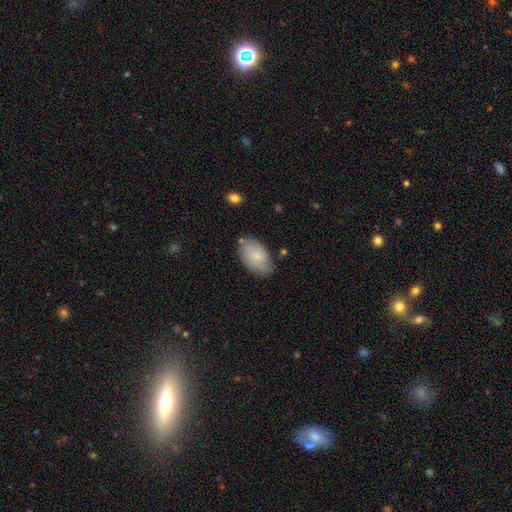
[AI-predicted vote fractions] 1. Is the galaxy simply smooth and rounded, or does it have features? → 69% smooth, 24% featured or disk, 6% star or artifact.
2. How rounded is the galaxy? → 93% in between, 5% round, 2% cigar-shaped.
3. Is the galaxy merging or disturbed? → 70% none, 22% minor disturbance, 4% major disturbance, 3% merger.